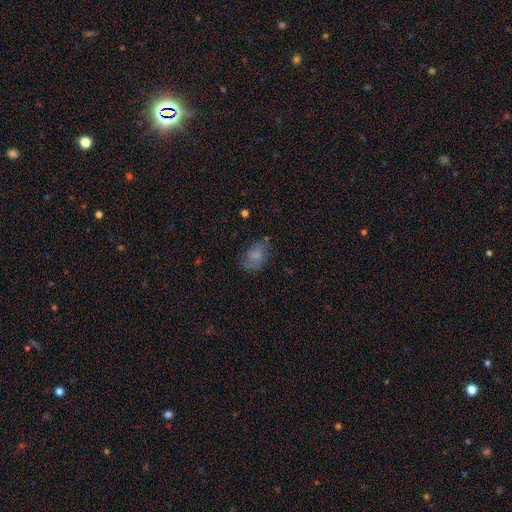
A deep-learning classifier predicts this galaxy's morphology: Smooth or featured? smooth (73%)
How rounded? in between (80%)
Merging? none (66%)